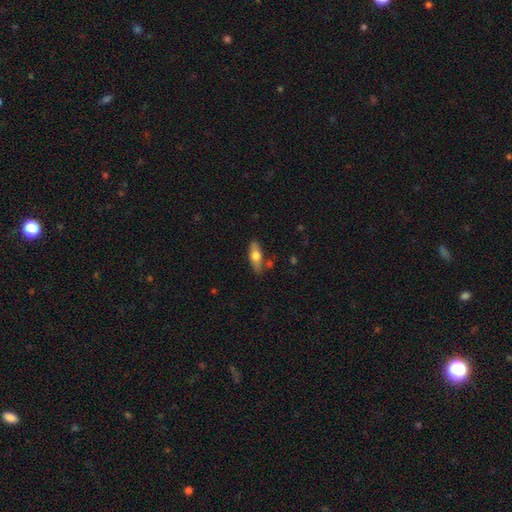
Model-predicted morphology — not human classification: smooth 62%, featured or disk 32%, star or artifact 6%. Down the decision tree: how rounded — in between (64%); merging — none (75%).